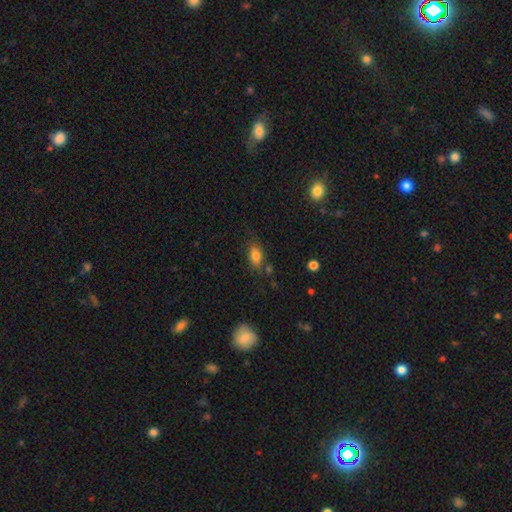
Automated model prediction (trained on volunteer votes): smooth-or-featured: smooth: 80% | star or artifact: 10% | featured or disk: 10%
  how-rounded: in between: 83% | round: 11% | cigar-shaped: 6%
  merging: none: 68% | minor disturbance: 20% | major disturbance: 6% | merger: 6%